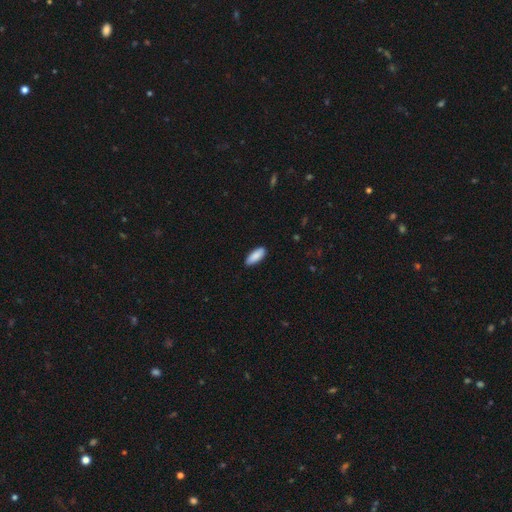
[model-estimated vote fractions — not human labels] Smooth or featured? smooth (89%)
How rounded? in between (74%)
Merging? none (89%)